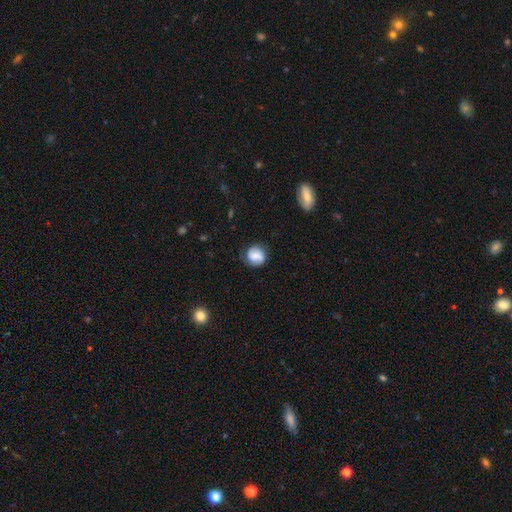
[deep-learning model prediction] This appears to be a smooth galaxy with no disk features (59%) that is round (79%). Merging: none (74%).